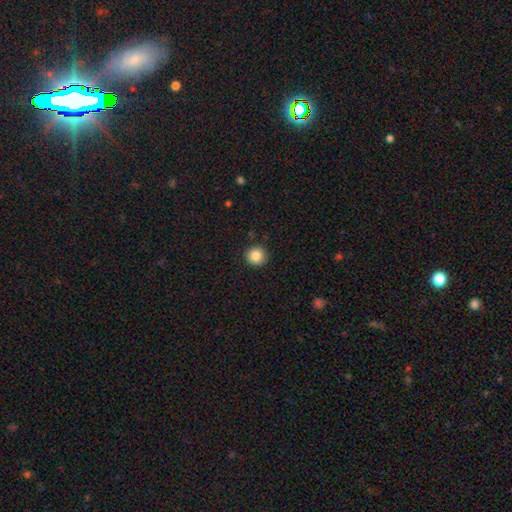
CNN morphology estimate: A smooth galaxy with no disk features (85%) that is round (95%).

Vote fractions:
- Smooth or featured? smooth: 85% / star or artifact: 10% / featured or disk: 5%
- How rounded? round: 95% / in between: 4% / cigar-shaped: 1%
- Merging? none: 91% / minor disturbance: 6% / major disturbance: 2% / merger: 1%